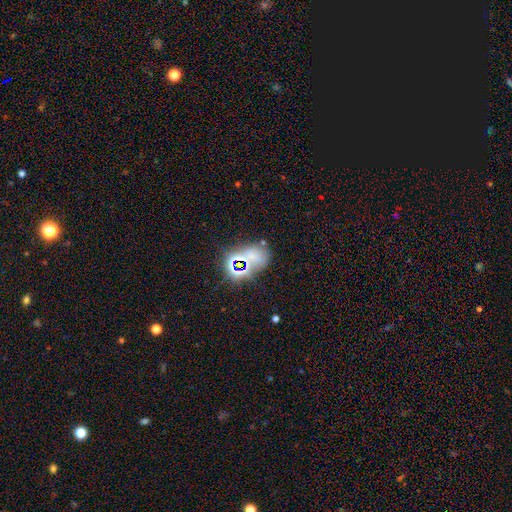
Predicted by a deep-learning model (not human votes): Smooth or featured: star or artifact — 45% (smooth — 43%)